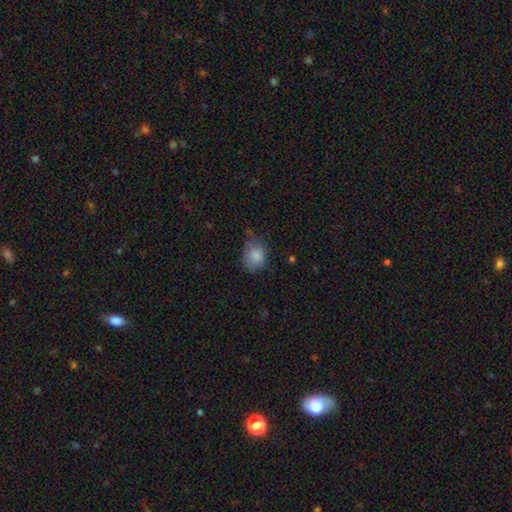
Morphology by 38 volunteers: This is clearly a smooth galaxy (82%). How rounded: possibly round (55%). Merging: possibly none (57%).